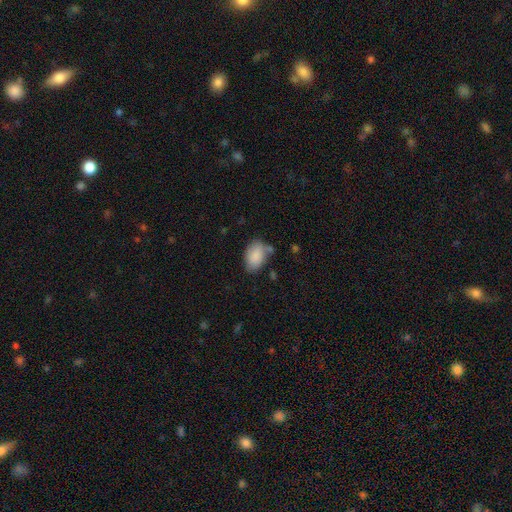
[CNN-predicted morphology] A smooth galaxy with no disk features (87%) that is in between round and cigar-shaped (90%).

Vote fractions:
- Smooth or featured? smooth: 87% / star or artifact: 7% / featured or disk: 7%
- How rounded? in between: 90% / round: 9% / cigar-shaped: 1%
- Merging? none: 62% / minor disturbance: 24% / merger: 8% / major disturbance: 6%